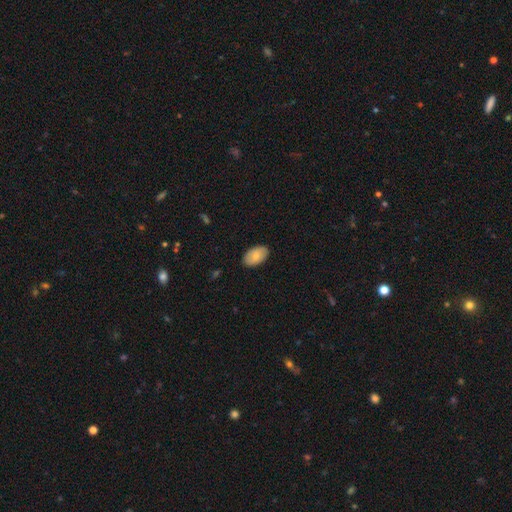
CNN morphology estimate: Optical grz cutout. It shows a smooth galaxy with no disk features (81%) that is in between round and cigar-shaped (94%). Merging: none (88%).